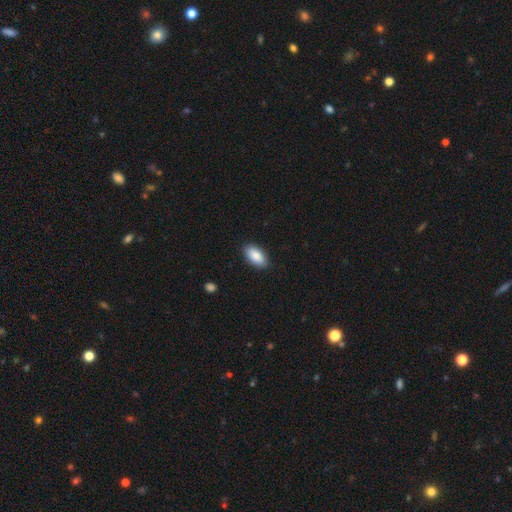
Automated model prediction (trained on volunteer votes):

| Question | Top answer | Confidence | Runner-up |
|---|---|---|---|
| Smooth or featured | smooth | 87% | featured or disk (7%) |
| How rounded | in between | 93% | cigar-shaped (4%) |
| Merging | none | 88% | minor disturbance (9%) |